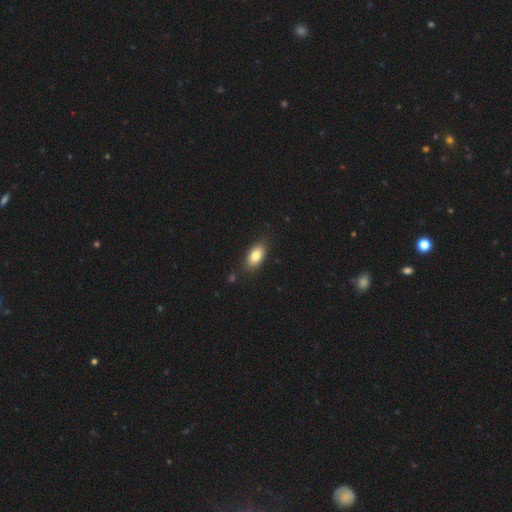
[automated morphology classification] smooth_or_featured: smooth (p=0.82) [alt: featured or disk p=0.10]
how_rounded: in between (p=0.90) [alt: round p=0.06]
merging: none (p=0.84) [alt: minor disturbance p=0.11]